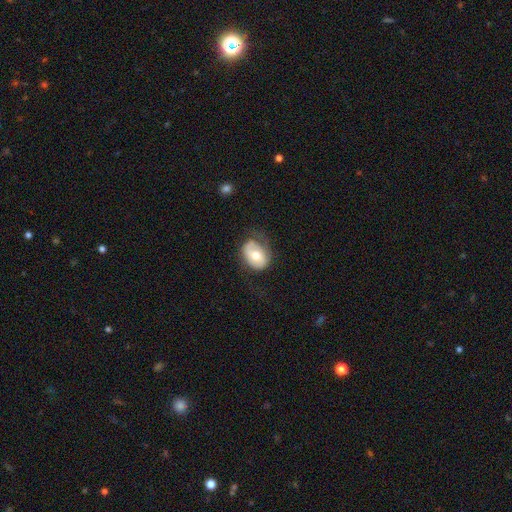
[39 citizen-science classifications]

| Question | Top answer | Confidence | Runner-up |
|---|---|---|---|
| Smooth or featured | featured or disk | 56% | smooth (41%) |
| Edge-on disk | no | 91% | yes (9%) |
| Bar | no | 55% | weak (30%) |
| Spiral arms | yes | 70% | no (30%) |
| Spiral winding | loose | 64% | medium (21%) |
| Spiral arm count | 2 | 71% | 1 (21%) |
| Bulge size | moderate | 85% | large (10%) |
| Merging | none | 63% | major disturbance (21%) |